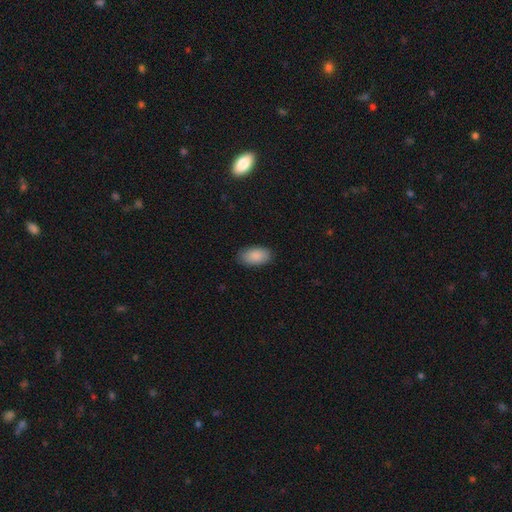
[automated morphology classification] Smooth or featured?
  - smooth: 90% *
  - star or artifact: 6%
  - featured or disk: 4%
How rounded?
  - in between: 95% *
  - round: 3%
  - cigar-shaped: 2%
Merging?
  - none: 87% *
  - minor disturbance: 10%
  - major disturbance: 2%
  - merger: 1%